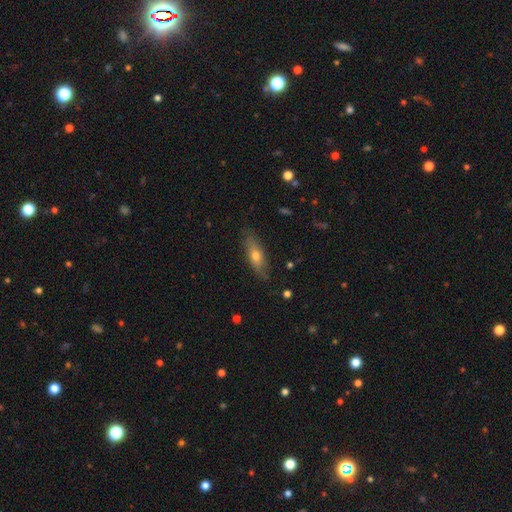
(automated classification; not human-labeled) A smooth galaxy with no disk features (58%) that is in between round and cigar-shaped (49%).

Vote fractions:
- Smooth or featured? smooth: 58% / featured or disk: 35% / star or artifact: 7%
- How rounded? in between: 49% / cigar-shaped: 47% / round: 3%
- Merging? none: 80% / minor disturbance: 15% / major disturbance: 3% / merger: 1%